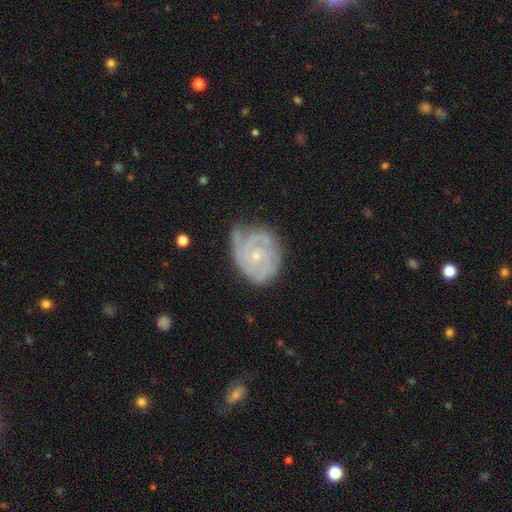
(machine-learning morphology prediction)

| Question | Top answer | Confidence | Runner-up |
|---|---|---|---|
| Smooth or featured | featured or disk | 85% | smooth (10%) |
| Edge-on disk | no | 98% | yes (2%) |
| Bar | no | 74% | weak (22%) |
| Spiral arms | yes | 96% | no (4%) |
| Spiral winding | tight | 72% | medium (24%) |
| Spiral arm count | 3 | 33% | 2 (25%) |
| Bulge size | small | 73% | moderate (23%) |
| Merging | none | 67% | minor disturbance (24%) |